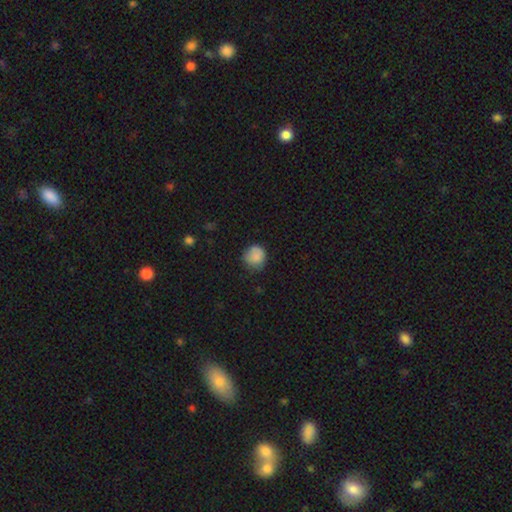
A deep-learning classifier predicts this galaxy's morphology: Overall: smooth (85%). How rounded: round (85%). Merging: none (68%).